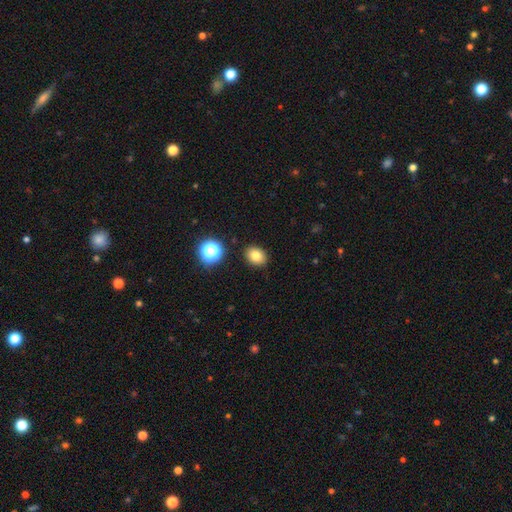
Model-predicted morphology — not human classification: The model was most divided on "how rounded": in between: 56%, round: 43%, cigar-shaped: 1%. More confident: merging — none (88%); smooth or featured — smooth (80%).